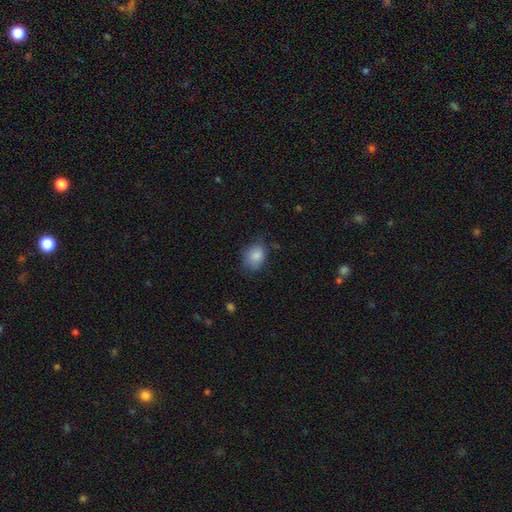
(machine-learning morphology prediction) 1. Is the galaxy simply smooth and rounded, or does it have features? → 85% smooth, 8% star or artifact, 6% featured or disk.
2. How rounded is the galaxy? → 59% in between, 40% round, 1% cigar-shaped.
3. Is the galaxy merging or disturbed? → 66% none, 26% minor disturbance, 7% major disturbance, 2% merger.